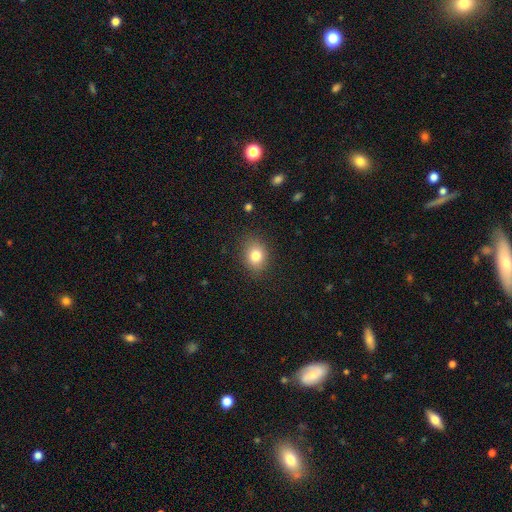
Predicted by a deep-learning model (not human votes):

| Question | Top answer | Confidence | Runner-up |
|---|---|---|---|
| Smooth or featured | smooth | 80% | star or artifact (11%) |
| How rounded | in between | 55% | round (44%) |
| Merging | none | 85% | minor disturbance (11%) |